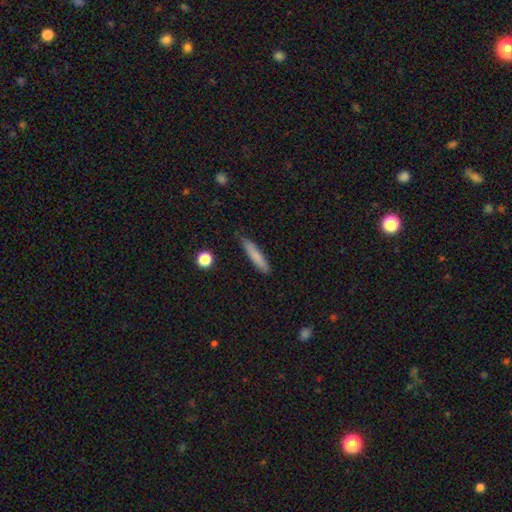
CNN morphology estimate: Q: Smooth or featured?
A: smooth (79%); runner-up: featured or disk (14%)
Q: How rounded?
A: cigar-shaped (88%); runner-up: in between (10%)
Q: Merging?
A: none (79%); runner-up: minor disturbance (16%)